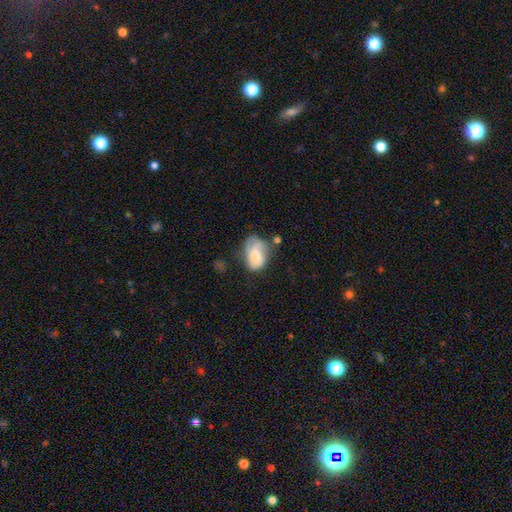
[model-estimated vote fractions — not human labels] Overall: smooth (50%; featured or disk 42%). How rounded: in between (80%). Merging: none (38%; minor disturbance 32%).